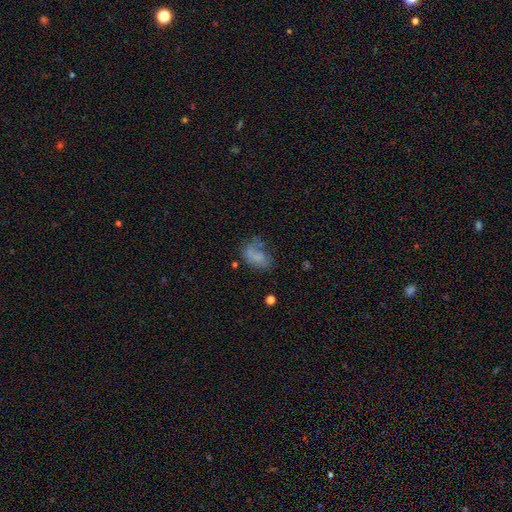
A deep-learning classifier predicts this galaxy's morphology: Smooth or featured?
  - smooth: 66% *
  - featured or disk: 22%
  - star or artifact: 13%
How rounded?
  - in between: 87% *
  - round: 10%
  - cigar-shaped: 3%
Merging?
  - none: 36% *
  - minor disturbance: 27%
  - major disturbance: 27%
  - merger: 10%